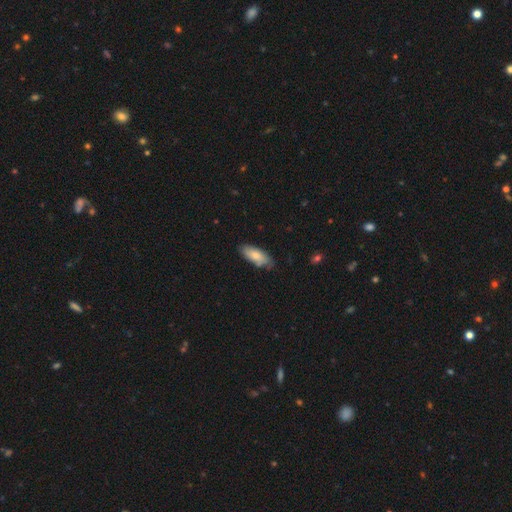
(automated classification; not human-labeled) smooth_or_featured: smooth (p=0.74) [alt: featured or disk p=0.20]
how_rounded: in between (p=0.79) [alt: cigar-shaped p=0.19]
merging: none (p=0.72) [alt: minor disturbance p=0.22]